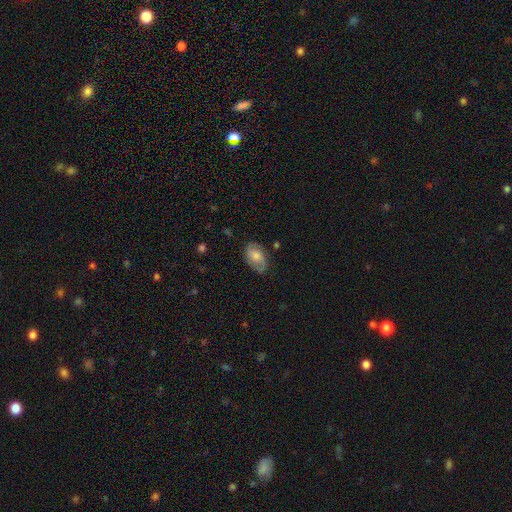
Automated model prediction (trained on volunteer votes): This appears to be a featured or disk galaxy (53%) with no bar (60%), spiral arms (83%) and a moderate central bulge (53%). Merging: none (76%).